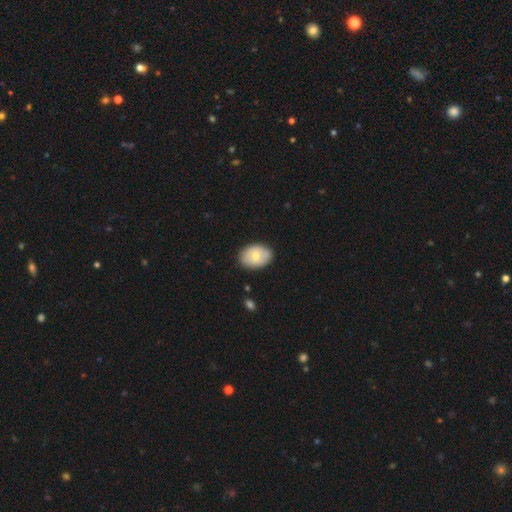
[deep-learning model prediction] Smooth or featured?
  - smooth: 69% *
  - featured or disk: 25%
  - star or artifact: 6%
How rounded?
  - in between: 80% *
  - round: 19%
  - cigar-shaped: 1%
Merging?
  - none: 85% *
  - minor disturbance: 11%
  - major disturbance: 2%
  - merger: 1%